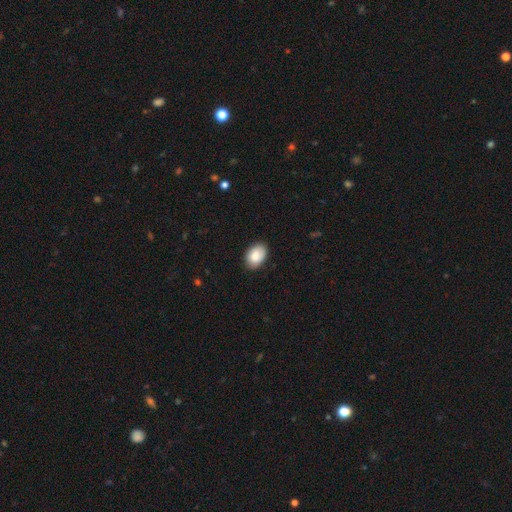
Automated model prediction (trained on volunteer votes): smooth_or_featured: smooth (p=0.85) [alt: featured or disk p=0.09]
how_rounded: in between (p=0.87) [alt: round p=0.12]
merging: none (p=0.84) [alt: minor disturbance p=0.13]